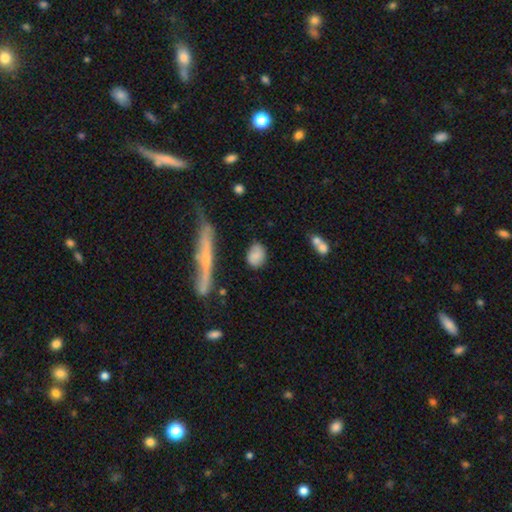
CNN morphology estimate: Smooth or featured: smooth — 76% (featured or disk — 16%)
How rounded: in between — 53% (round — 42%)
Merging: none — 77% (minor disturbance — 15%)